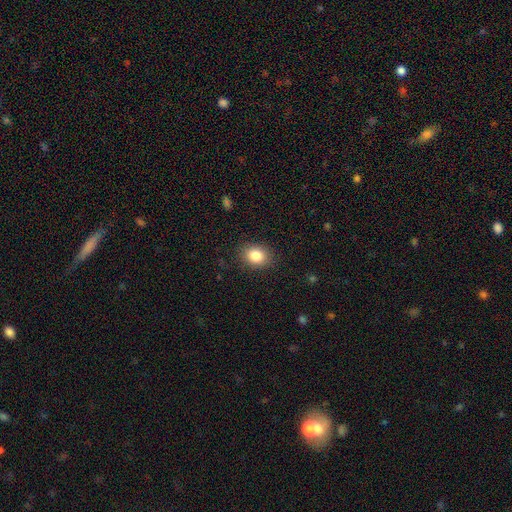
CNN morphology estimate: A smooth galaxy with no disk features (84%) that is in between round and cigar-shaped (53%). Merging: none (87%).